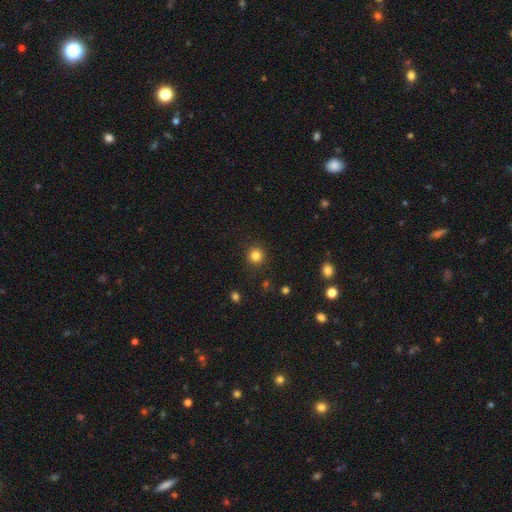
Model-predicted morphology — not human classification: A smooth galaxy with no disk features (82%) that is round (94%).

Vote fractions:
- Smooth or featured? smooth: 82% / star or artifact: 13% / featured or disk: 5%
- How rounded? round: 94% / in between: 5% / cigar-shaped: 1%
- Merging? none: 90% / minor disturbance: 6% / major disturbance: 2% / merger: 1%